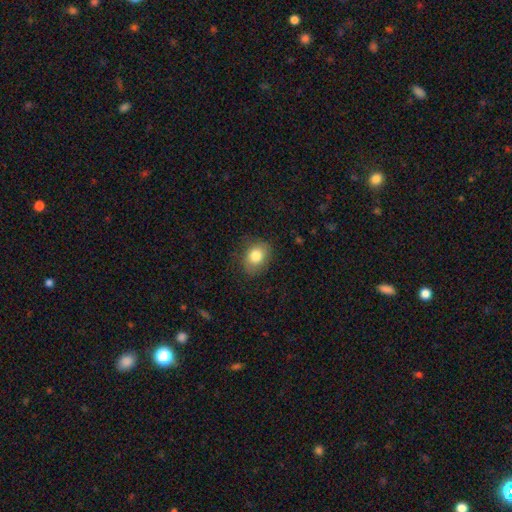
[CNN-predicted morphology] Smooth or featured: smooth — 82% (featured or disk — 9%)
How rounded: in between — 58% (round — 41%)
Merging: none — 77% (minor disturbance — 17%)